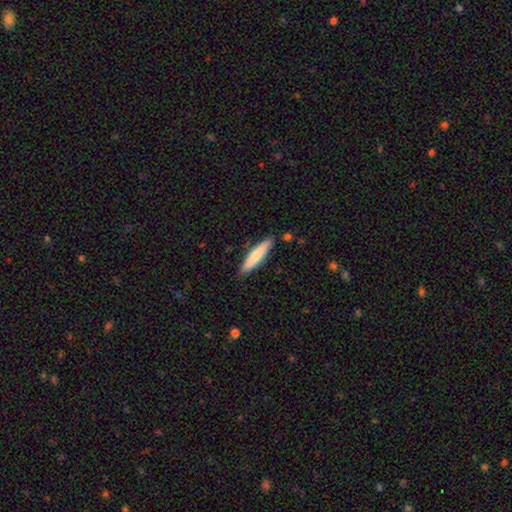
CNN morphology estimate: type=smooth (69%); roundness=cigar-shaped (82%); merging=none (86%).